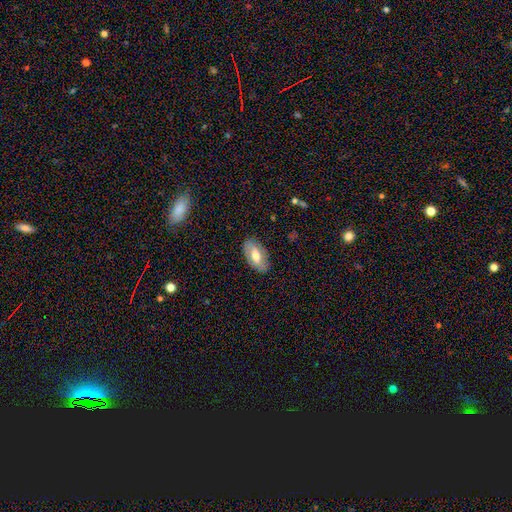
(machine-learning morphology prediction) Smooth or featured? Predicted: smooth (p=0.55). How rounded? Predicted: in between (p=0.93). Merging? Predicted: none (p=0.84).